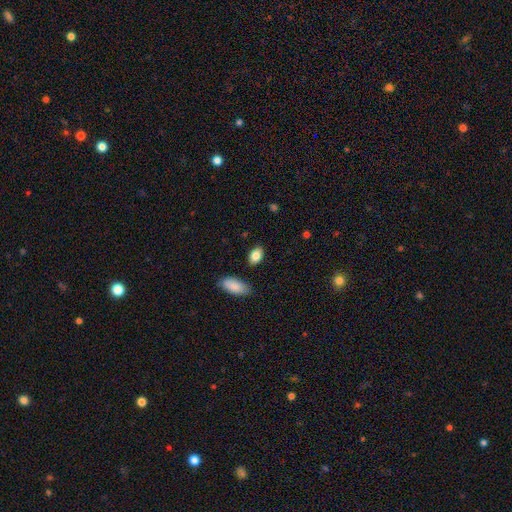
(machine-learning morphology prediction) Smooth or featured?
  - smooth: 85% *
  - featured or disk: 8%
  - star or artifact: 8%
How rounded?
  - in between: 88% *
  - round: 10%
  - cigar-shaped: 2%
Merging?
  - none: 83% *
  - minor disturbance: 11%
  - merger: 3%
  - major disturbance: 3%